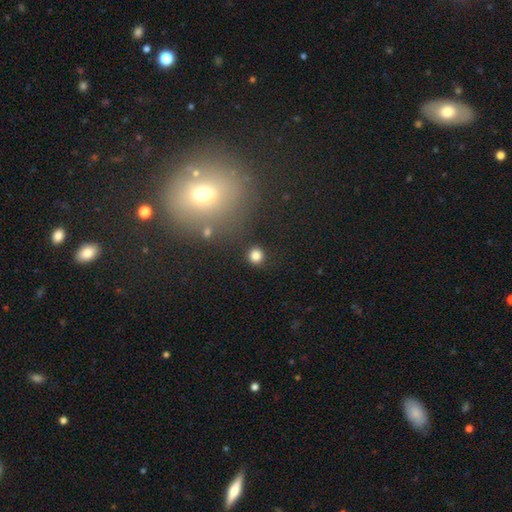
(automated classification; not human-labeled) The model was most divided on "smooth or featured": smooth: 82%, star or artifact: 13%, featured or disk: 5%. More confident: how rounded — round (92%); merging — none (89%).